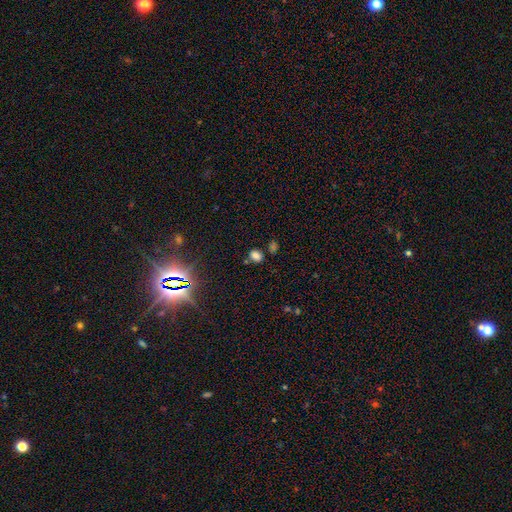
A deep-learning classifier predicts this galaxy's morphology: smooth-or-featured: smooth: 74% | star or artifact: 20% | featured or disk: 6%
  how-rounded: in between: 62% | round: 36% | cigar-shaped: 1%
  merging: none: 74% | minor disturbance: 13% | merger: 9% | major disturbance: 4%